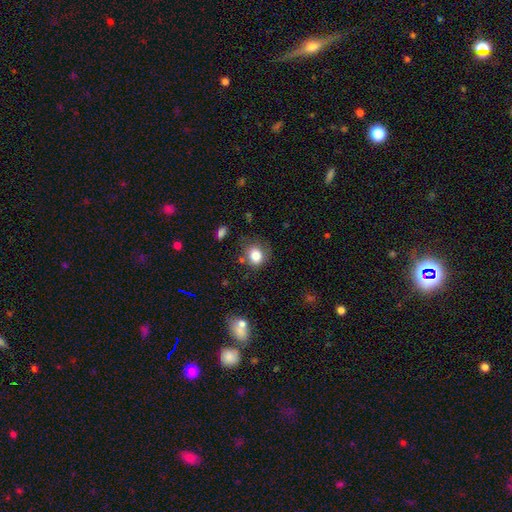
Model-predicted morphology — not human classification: Overall: smooth (82%). How rounded: round (66%; in between 33%). Merging: none (68%).